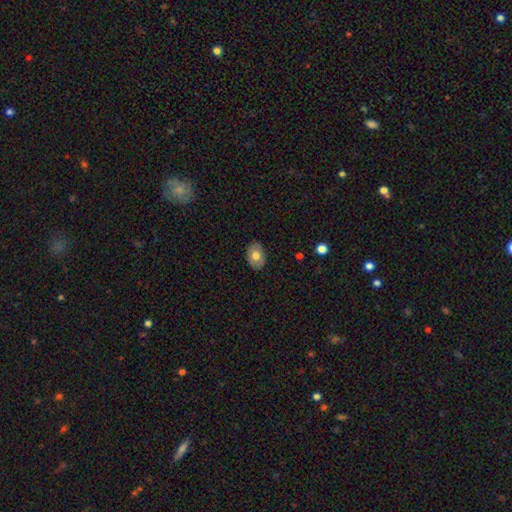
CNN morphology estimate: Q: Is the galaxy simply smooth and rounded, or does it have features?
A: smooth — 68%.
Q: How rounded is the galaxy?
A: in between — 76%.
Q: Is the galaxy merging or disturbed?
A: none — 86%.